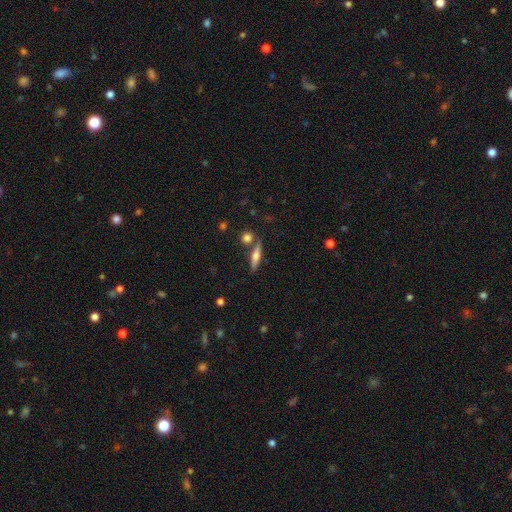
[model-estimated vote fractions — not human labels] Morphology: type=smooth (49%); merging=none (76%).